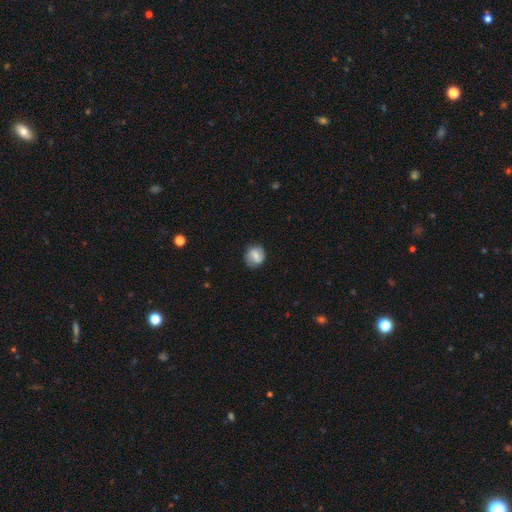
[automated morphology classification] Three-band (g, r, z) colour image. It shows a smooth galaxy with no disk features (58%) that is round (74%). Merging: none (77%).